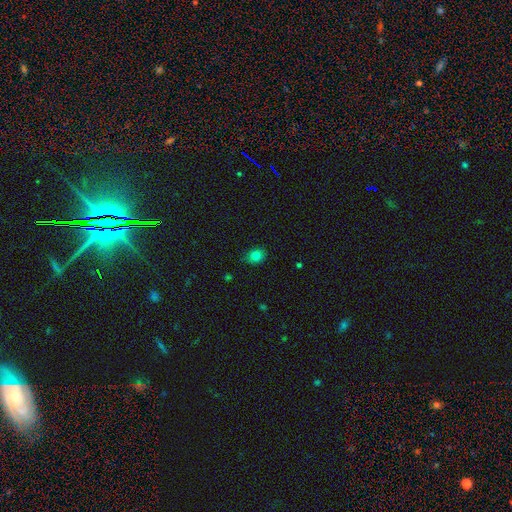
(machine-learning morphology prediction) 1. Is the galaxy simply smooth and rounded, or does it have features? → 80% smooth, 13% star or artifact, 7% featured or disk.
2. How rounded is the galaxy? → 51% round, 48% in between, 1% cigar-shaped.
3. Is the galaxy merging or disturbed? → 79% none, 17% minor disturbance, 3% major disturbance, 1% merger.